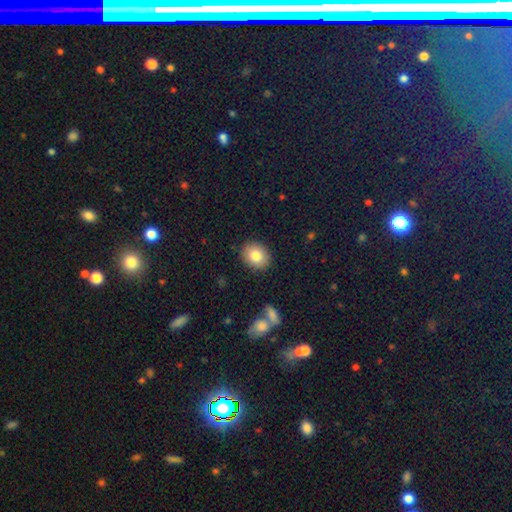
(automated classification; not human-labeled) Overall: smooth (80%). How rounded: round (61%; in between 38%). Merging: none (89%).